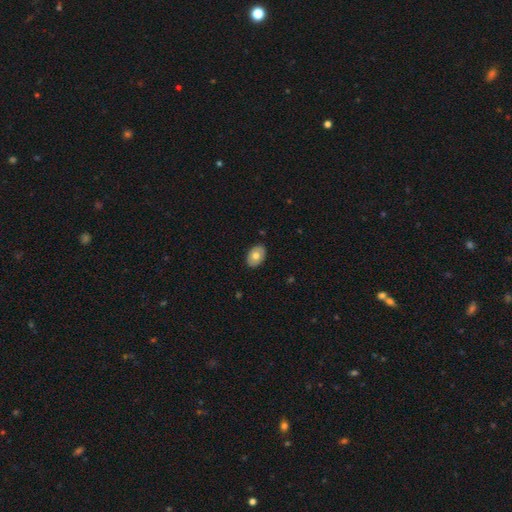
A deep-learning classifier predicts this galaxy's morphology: The model was most divided on "smooth or featured": smooth: 66%, featured or disk: 28%, star or artifact: 6%. More confident: merging — none (88%); how rounded — in between (84%).